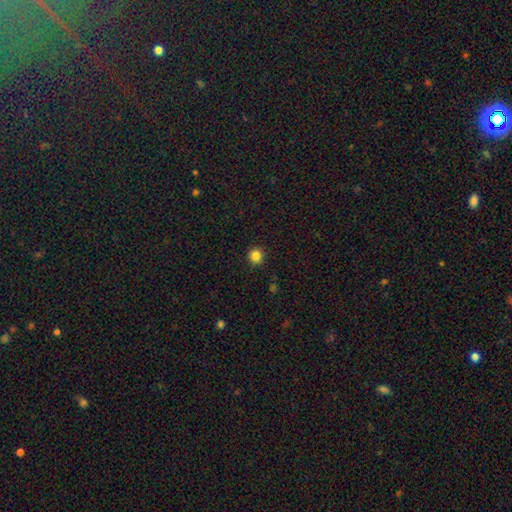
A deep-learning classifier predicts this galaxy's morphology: Smooth or featured? smooth (84%)
How rounded? round (93%)
Merging? none (92%)